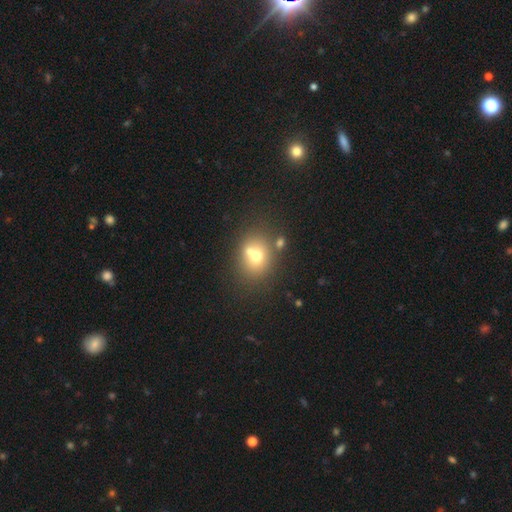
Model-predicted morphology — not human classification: A smooth galaxy with no disk features (64%) that is round (62%). Merging: none (44%).